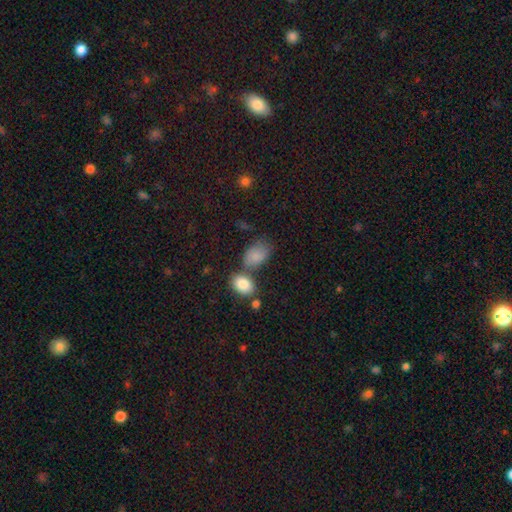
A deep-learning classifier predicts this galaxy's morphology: The model was most divided on "merging": none: 51%, minor disturbance: 22%, merger: 19%, major disturbance: 8%. More confident: how rounded — in between (86%); smooth or featured — smooth (82%).